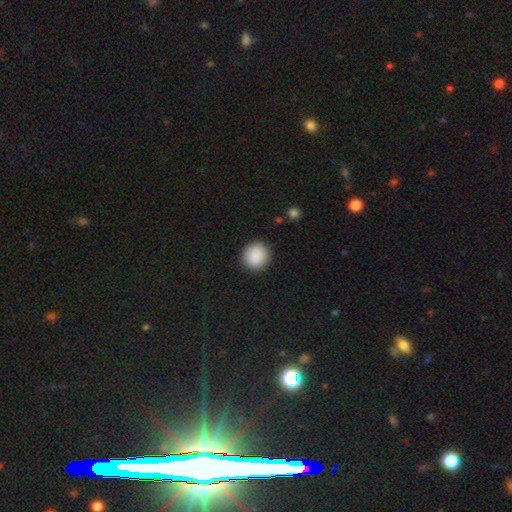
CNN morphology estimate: This is clearly a smooth galaxy (90%). How rounded: clearly round (93%). Merging: clearly none (91%).